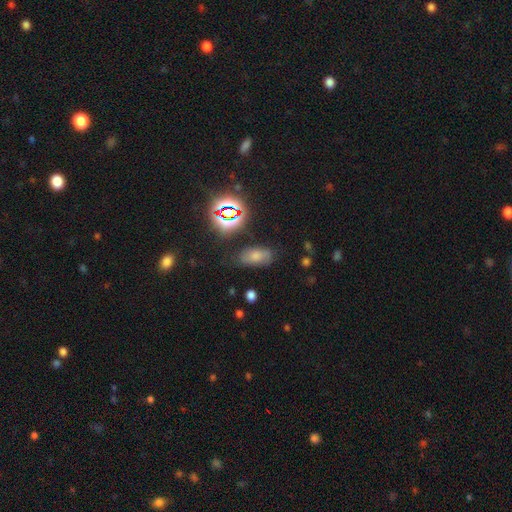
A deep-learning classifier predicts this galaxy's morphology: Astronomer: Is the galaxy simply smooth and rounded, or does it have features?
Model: smooth — 44% (runner-up: star or artifact, 40%).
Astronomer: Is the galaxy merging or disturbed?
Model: none — 76%.